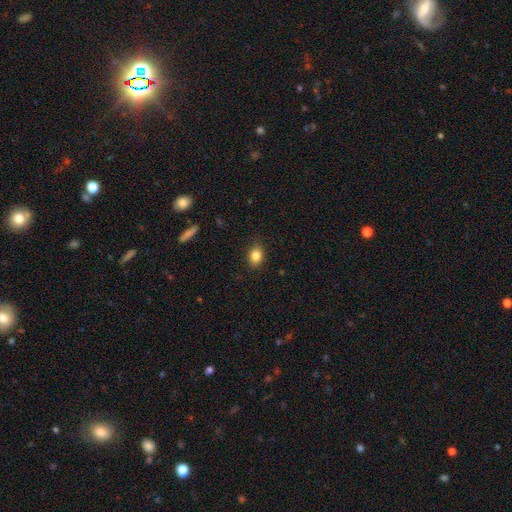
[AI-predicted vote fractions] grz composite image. It shows a smooth galaxy with no disk features (84%) that is in between round and cigar-shaped (59%). Merging: none (84%).